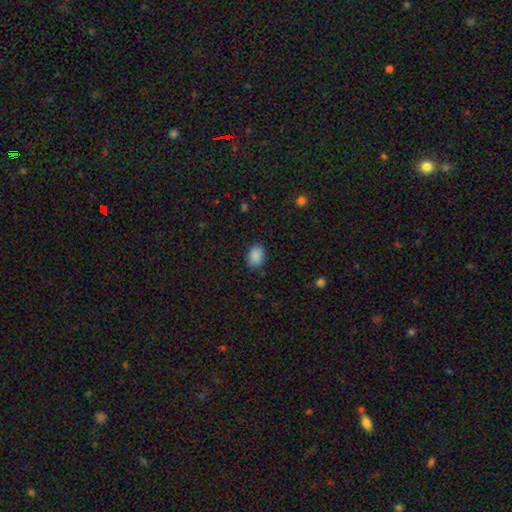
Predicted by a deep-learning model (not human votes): A smooth galaxy with no disk features (89%) that is in between round and cigar-shaped (72%).

Vote fractions:
- Smooth or featured? smooth: 89% / star or artifact: 8% / featured or disk: 3%
- How rounded? in between: 72% / round: 27% / cigar-shaped: 1%
- Merging? none: 84% / minor disturbance: 12% / major disturbance: 3% / merger: 1%